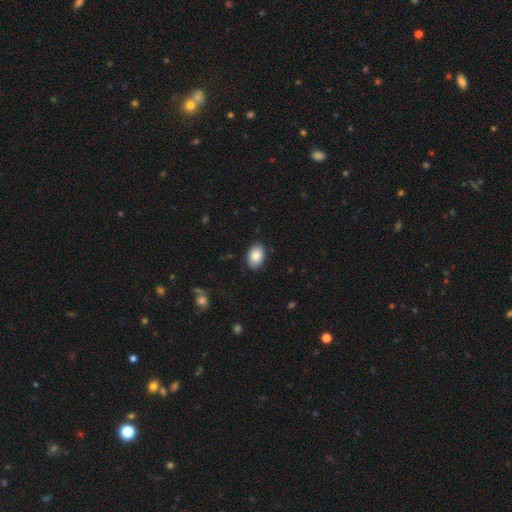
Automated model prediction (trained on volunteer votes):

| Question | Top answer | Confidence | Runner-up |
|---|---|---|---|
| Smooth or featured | smooth | 85% | featured or disk (8%) |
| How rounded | in between | 85% | round (14%) |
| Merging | none | 87% | minor disturbance (10%) |